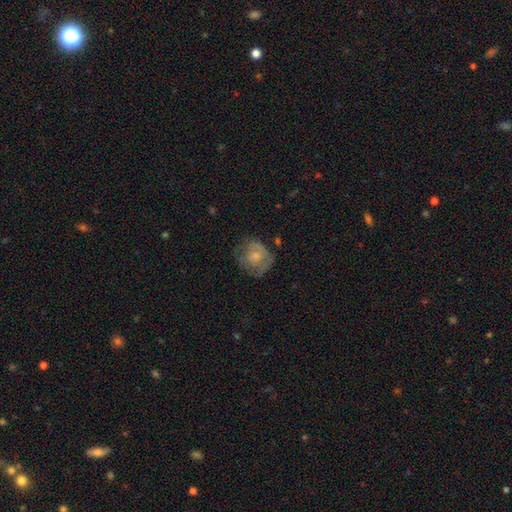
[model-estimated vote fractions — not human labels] This appears to be a smooth galaxy with no disk features (53%) that is round (76%). Merging: none (54%).